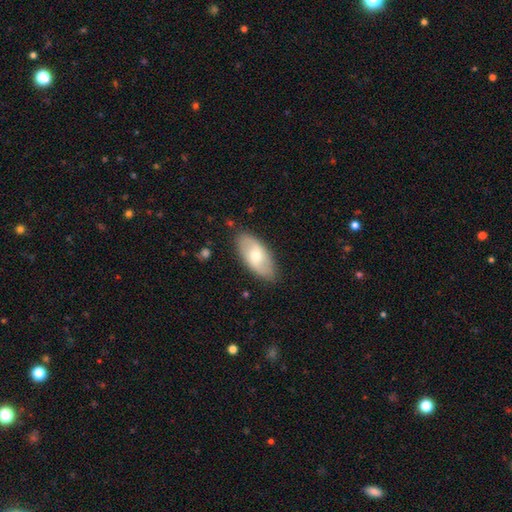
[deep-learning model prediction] smooth_or_featured: smooth (p=0.54) [alt: featured or disk p=0.40]
how_rounded: in between (p=0.91) [alt: cigar-shaped p=0.05]
merging: none (p=0.84) [alt: minor disturbance p=0.12]